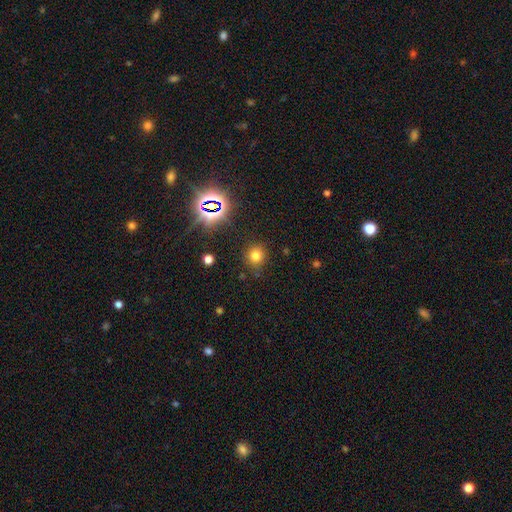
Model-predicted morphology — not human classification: smooth-or-featured: smooth: 71% | star or artifact: 22% | featured or disk: 7%
  how-rounded: round: 89% | in between: 10% | cigar-shaped: 1%
  merging: none: 84% | minor disturbance: 10% | major disturbance: 3% | merger: 2%